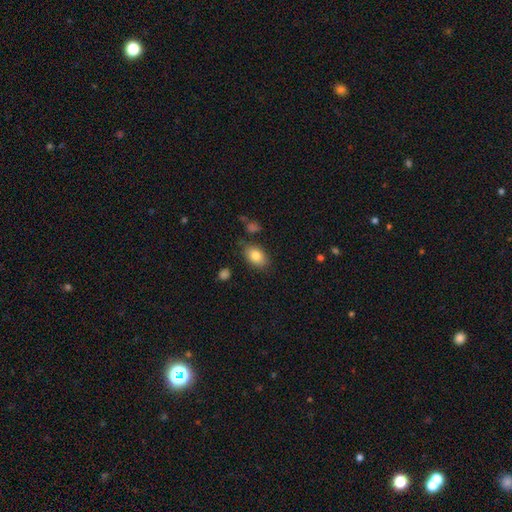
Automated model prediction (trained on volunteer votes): This appears to be a smooth galaxy with no disk features (82%) that is in between round and cigar-shaped (84%). Merging: none (80%).